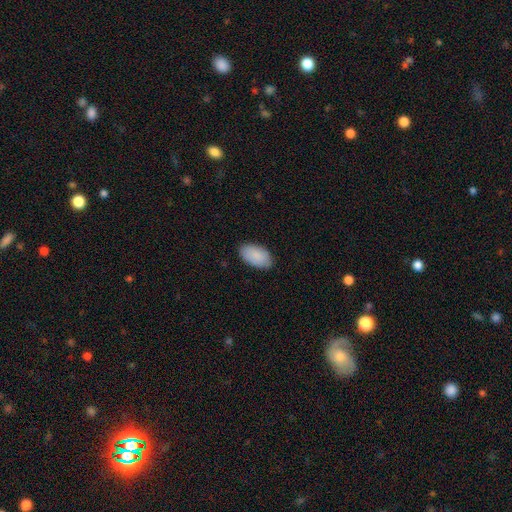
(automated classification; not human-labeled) Morphology: type=smooth (90%); roundness=in between (96%); merging=none (85%).